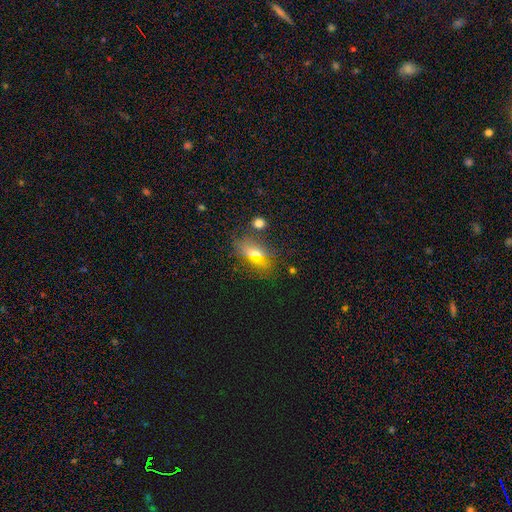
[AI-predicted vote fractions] A smooth galaxy with no disk features (54%) that is in between round and cigar-shaped (75%).

Vote fractions:
- Smooth or featured? smooth: 54% / featured or disk: 26% / star or artifact: 21%
- How rounded? in between: 75% / round: 13% / cigar-shaped: 11%
- Merging? none: 74% / minor disturbance: 14% / major disturbance: 6% / merger: 5%